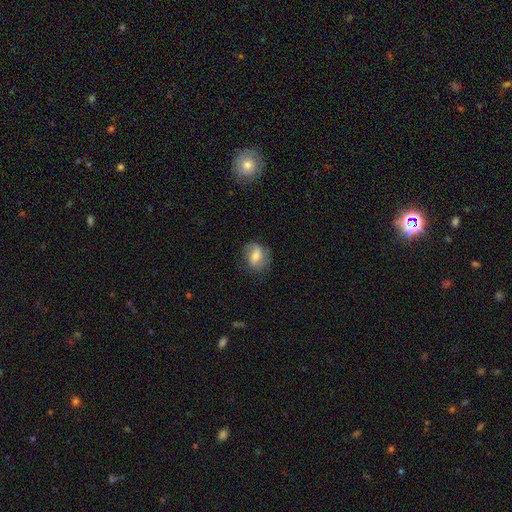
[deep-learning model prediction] A smooth galaxy with no disk features (49%).

Vote fractions:
- Smooth or featured? smooth: 49% / featured or disk: 42% / star or artifact: 8%
- Merging? none: 66% / minor disturbance: 22% / major disturbance: 10% / merger: 1%